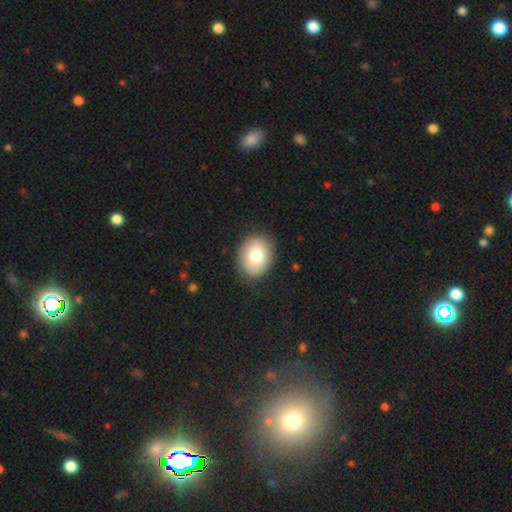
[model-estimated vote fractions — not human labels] Smooth or featured: smooth — 79% (featured or disk — 14%)
How rounded: in between — 59% (round — 40%)
Merging: none — 84% (minor disturbance — 12%)